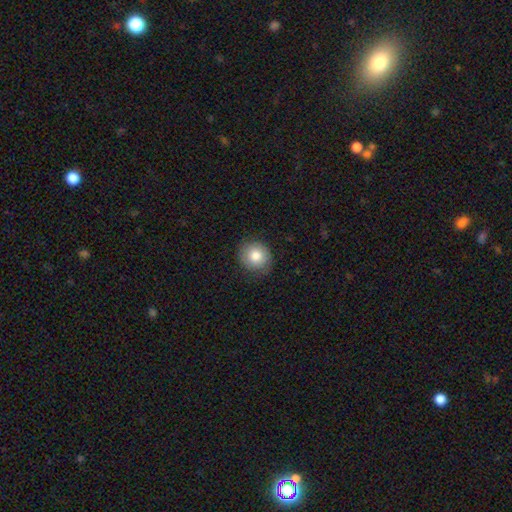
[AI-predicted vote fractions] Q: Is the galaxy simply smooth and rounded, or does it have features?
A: smooth — 81%.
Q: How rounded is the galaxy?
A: round — 85%.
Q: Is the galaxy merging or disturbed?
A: none — 84%.